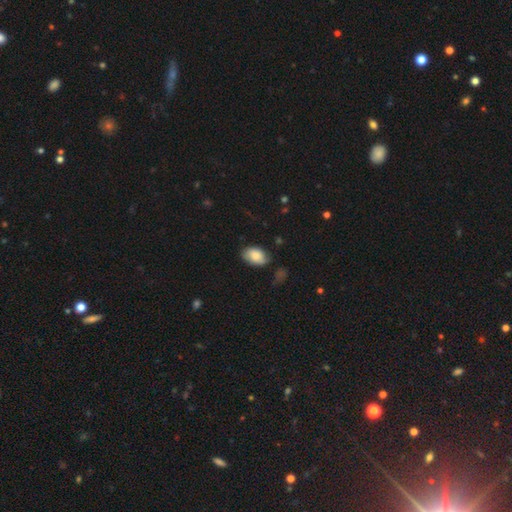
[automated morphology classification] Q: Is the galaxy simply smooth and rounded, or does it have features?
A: smooth — 81%.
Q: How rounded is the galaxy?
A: in between — 90%.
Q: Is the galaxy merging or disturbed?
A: none — 70%.